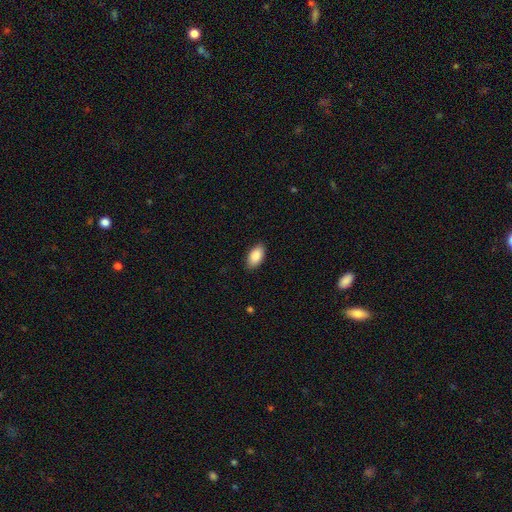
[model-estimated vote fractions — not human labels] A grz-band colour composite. It shows a smooth galaxy with no disk features (89%) that is in between round and cigar-shaped (94%). Merging: none (88%).